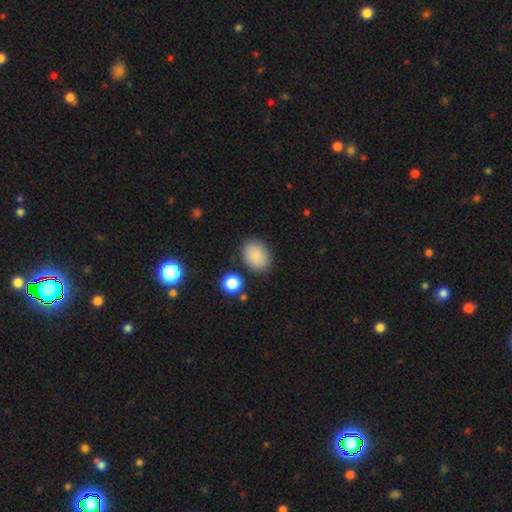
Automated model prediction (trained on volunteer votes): A smooth galaxy with no disk features (86%) that is in between round and cigar-shaped (75%). Merging: none (82%).